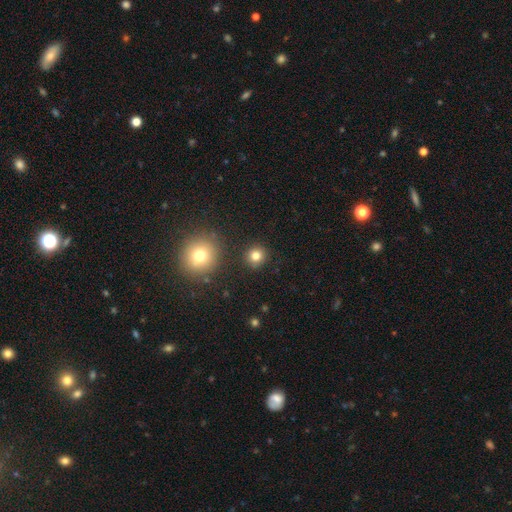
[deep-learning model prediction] Smooth or featured? smooth (80%)
How rounded? round (92%)
Merging? none (89%)